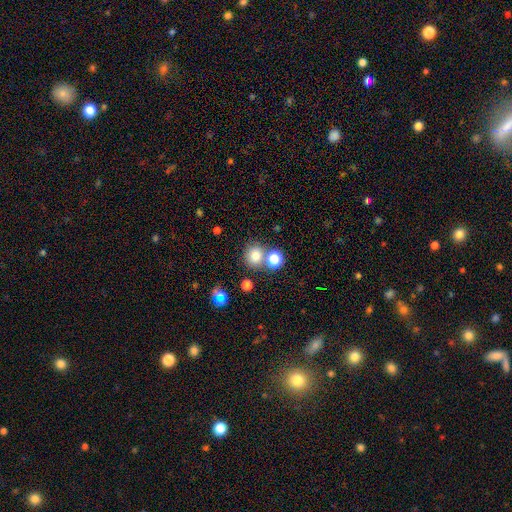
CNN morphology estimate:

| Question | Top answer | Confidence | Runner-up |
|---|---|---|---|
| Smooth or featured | smooth | 77% | star or artifact (16%) |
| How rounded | round | 83% | in between (16%) |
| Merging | none | 66% | merger (20%) |